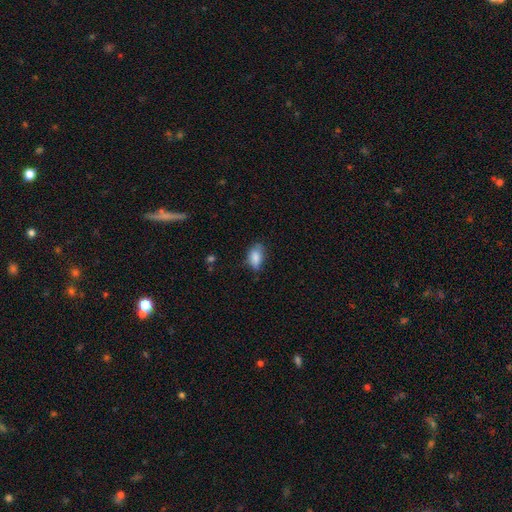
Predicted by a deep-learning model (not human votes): Smooth or featured? smooth (83%)
How rounded? in between (88%)
Merging? none (64%)